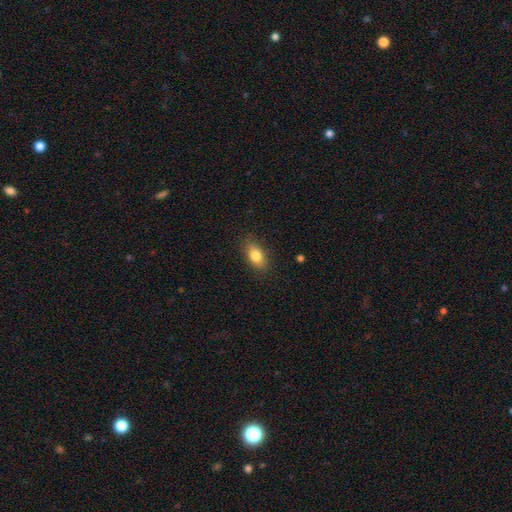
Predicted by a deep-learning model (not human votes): Smooth or featured?
  - smooth: 81% *
  - featured or disk: 11%
  - star or artifact: 8%
How rounded?
  - in between: 86% *
  - round: 9%
  - cigar-shaped: 5%
Merging?
  - none: 85% *
  - minor disturbance: 11%
  - major disturbance: 3%
  - merger: 1%